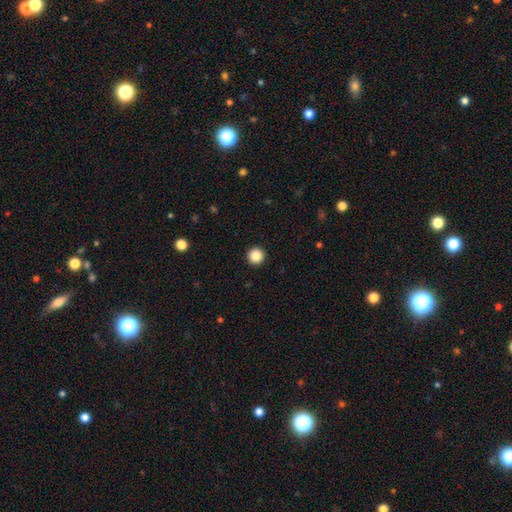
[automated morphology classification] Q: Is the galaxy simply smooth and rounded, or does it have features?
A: smooth — 86%.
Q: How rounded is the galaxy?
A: round — 97%.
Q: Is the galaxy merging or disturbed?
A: none — 94%.